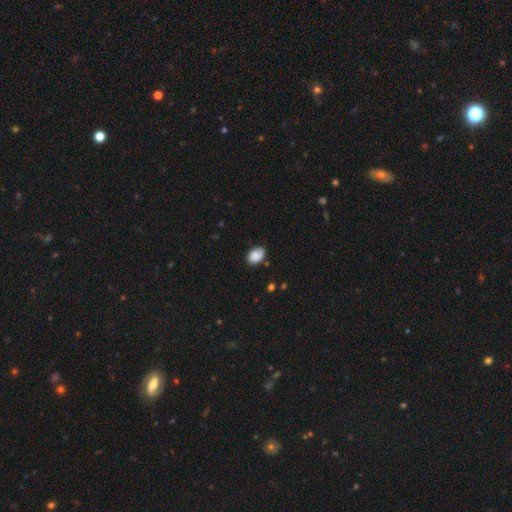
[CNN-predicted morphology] A smooth galaxy with no disk features (82%) that is in between round and cigar-shaped (83%).

Vote fractions:
- Smooth or featured? smooth: 82% / featured or disk: 11% / star or artifact: 8%
- How rounded? in between: 83% / round: 16% / cigar-shaped: 1%
- Merging? none: 75% / minor disturbance: 20% / major disturbance: 4% / merger: 2%